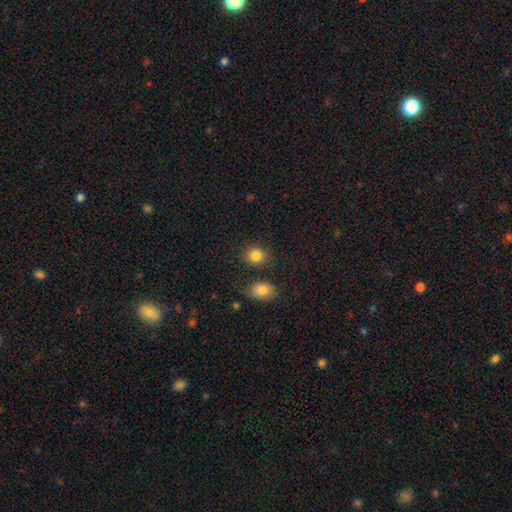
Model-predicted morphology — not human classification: Smooth or featured?
  - smooth: 85% *
  - star or artifact: 10%
  - featured or disk: 6%
How rounded?
  - round: 62% *
  - in between: 37%
  - cigar-shaped: 1%
Merging?
  - none: 75% *
  - minor disturbance: 13%
  - merger: 8%
  - major disturbance: 4%